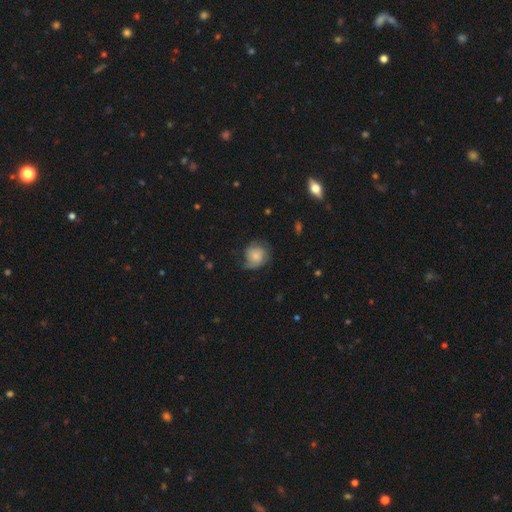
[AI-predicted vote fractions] Overall: smooth (53%; featured or disk 39%). How rounded: round (78%). Merging: none (55%; minor disturbance 29%).